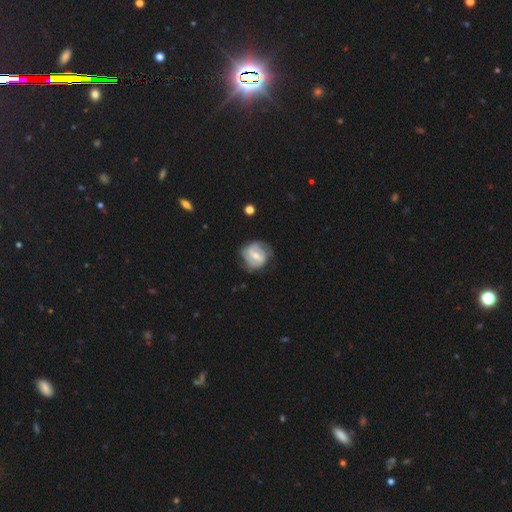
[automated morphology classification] Smooth or featured: featured or disk — 67% (smooth — 27%)
Edge-on disk: no — 96% (yes — 4%)
Bar: weak — 46% (strong — 36%)
Spiral arms: yes — 73% (no — 27%)
Bulge size: moderate — 58% (small — 36%)
Merging: none — 61% (minor disturbance — 26%)